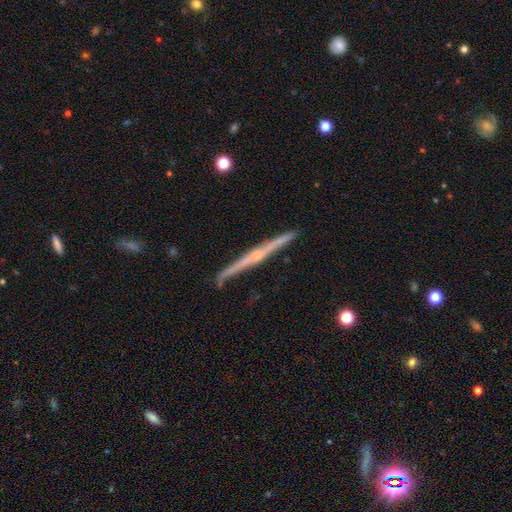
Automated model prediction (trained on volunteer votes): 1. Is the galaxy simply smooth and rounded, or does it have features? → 82% featured or disk, 12% smooth, 5% star or artifact.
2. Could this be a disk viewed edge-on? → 98% yes, 2% no.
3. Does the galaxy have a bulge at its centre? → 73% rounded, 22% none, 5% boxy.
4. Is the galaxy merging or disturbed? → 89% none, 8% minor disturbance, 1% major disturbance, 1% merger.